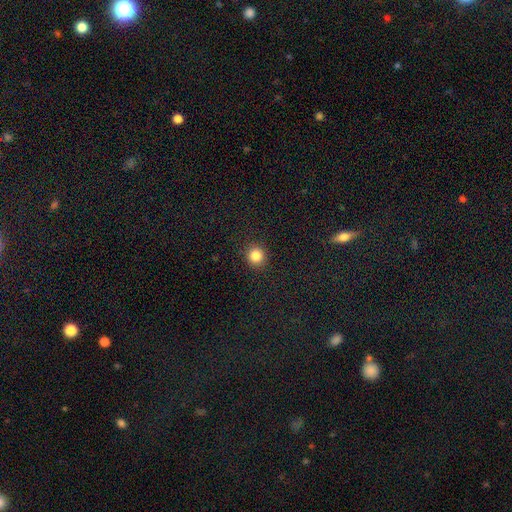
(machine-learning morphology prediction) A smooth galaxy with no disk features (85%) that is round (93%).

Vote fractions:
- Smooth or featured? smooth: 85% / star or artifact: 11% / featured or disk: 4%
- How rounded? round: 93% / in between: 6% / cigar-shaped: 1%
- Merging? none: 92% / minor disturbance: 5% / major disturbance: 2% / merger: 1%